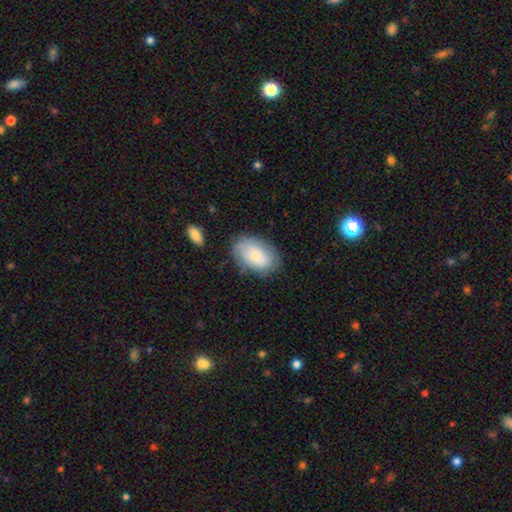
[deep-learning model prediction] Overall: smooth (70%). How rounded: in between (89%). Merging: none (72%).